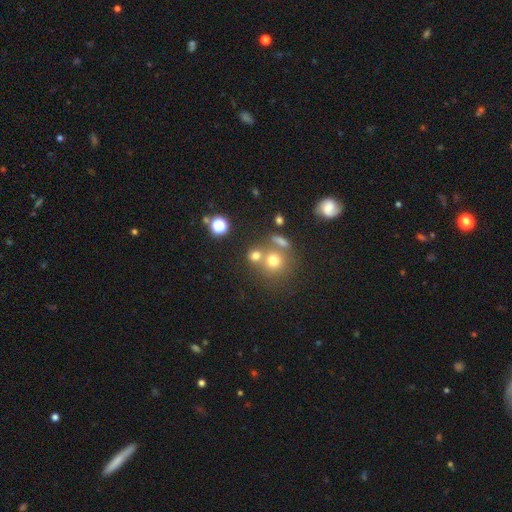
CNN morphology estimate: This appears to be a smooth galaxy with no disk features (69%) that is round (83%). Merging: none (54%).